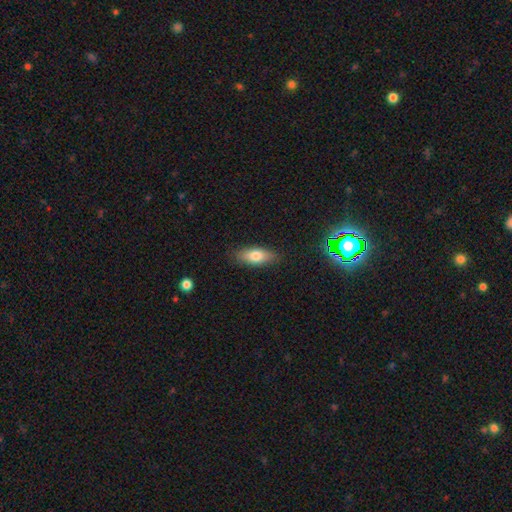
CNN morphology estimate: Overall: smooth (74%). How rounded: in between (75%). Merging: none (85%).